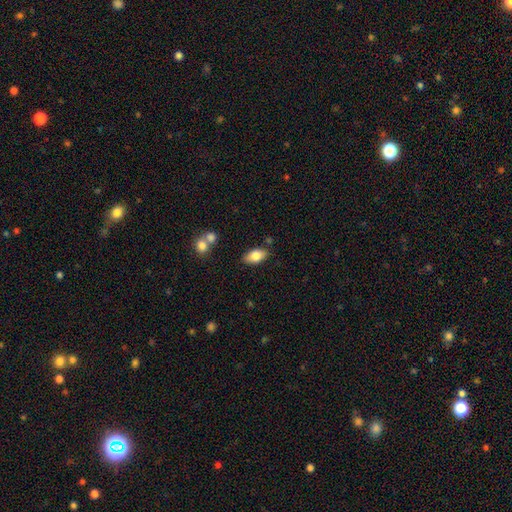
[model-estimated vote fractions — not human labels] This appears to be a smooth galaxy with no disk features (80%) that is in between round and cigar-shaped (91%). Merging: none (81%).